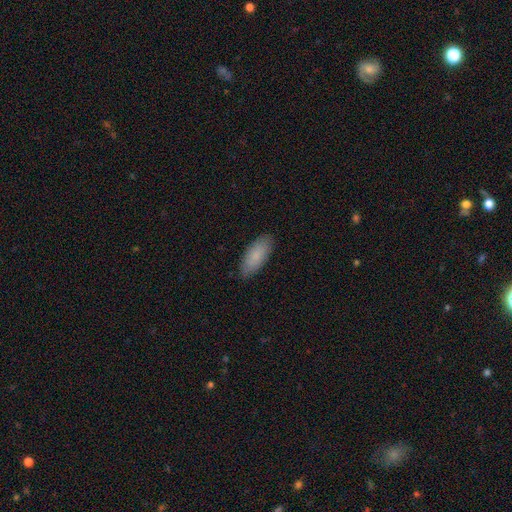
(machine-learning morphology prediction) This appears to be a smooth galaxy with no disk features (85%) that is in between round and cigar-shaped (82%). Merging: none (86%).